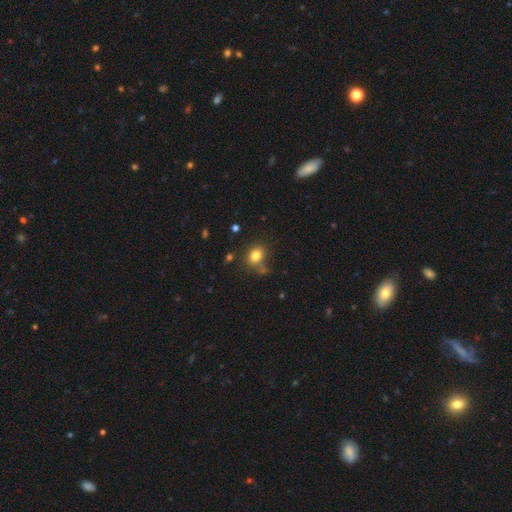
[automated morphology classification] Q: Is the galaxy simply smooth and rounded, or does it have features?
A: smooth — 80%.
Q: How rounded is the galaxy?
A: in between — 50%.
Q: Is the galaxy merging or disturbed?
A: none — 68%.